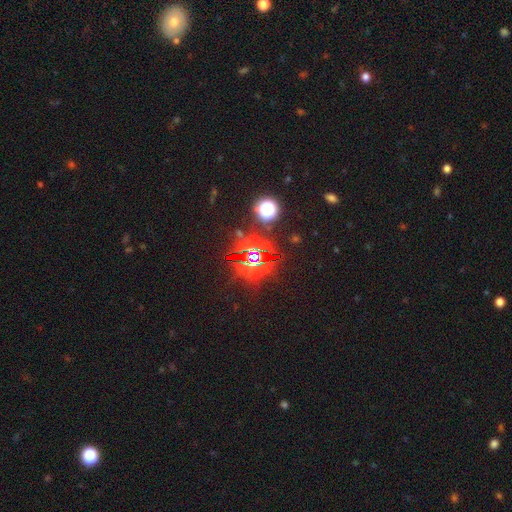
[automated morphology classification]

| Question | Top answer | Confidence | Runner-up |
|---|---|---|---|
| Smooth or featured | star or artifact | 79% | smooth (12%) |